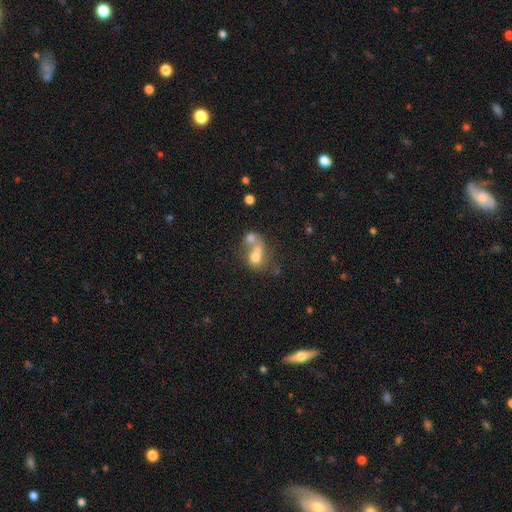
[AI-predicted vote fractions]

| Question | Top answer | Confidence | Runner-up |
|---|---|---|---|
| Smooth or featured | smooth | 62% | featured or disk (26%) |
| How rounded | in between | 49% | tied: round (49%) |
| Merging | merger | 67% | none (18%) |